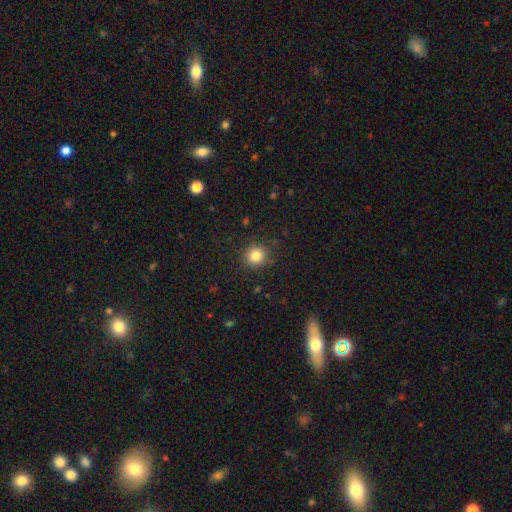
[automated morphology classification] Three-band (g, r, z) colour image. It shows a smooth galaxy with no disk features (83%) that is round (89%). Merging: none (88%).